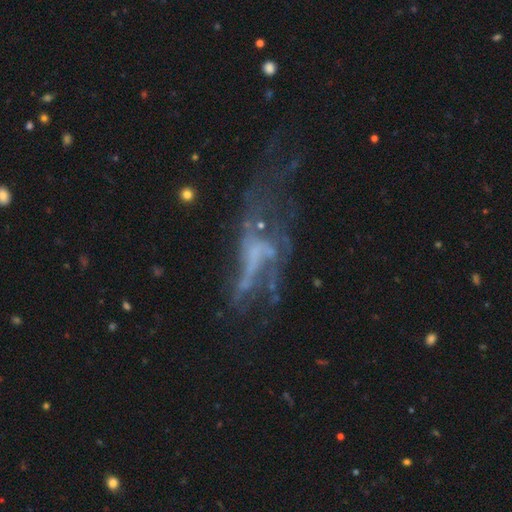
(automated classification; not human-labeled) This appears to be a featured or disk galaxy (64%) with no bar (71%), no spiral arms (64%) and no central bulge (71%). Merging: major disturbance (49%).